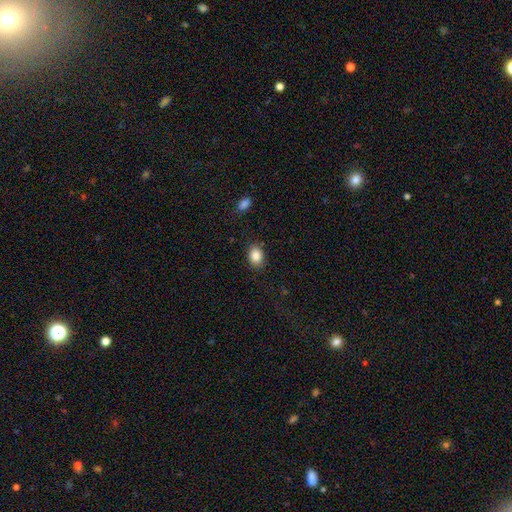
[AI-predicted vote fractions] A smooth galaxy with no disk features (87%) that is in between round and cigar-shaped (62%). Merging: none (84%).